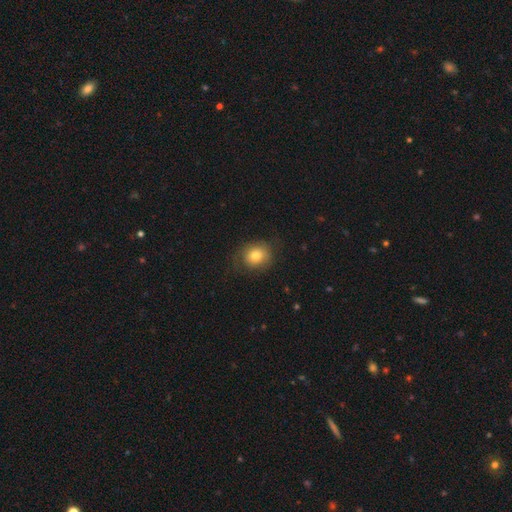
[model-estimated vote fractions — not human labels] Smooth or featured: smooth — 76% (featured or disk — 14%)
How rounded: round — 68% (in between — 31%)
Merging: none — 74% (minor disturbance — 18%)